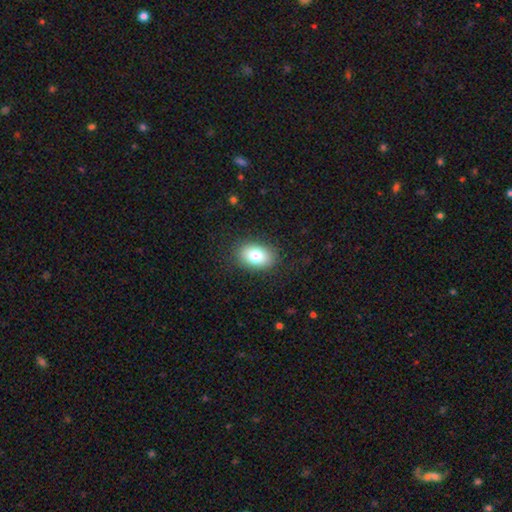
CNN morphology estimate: Smooth or featured? smooth (80%)
How rounded? in between (81%)
Merging? none (87%)